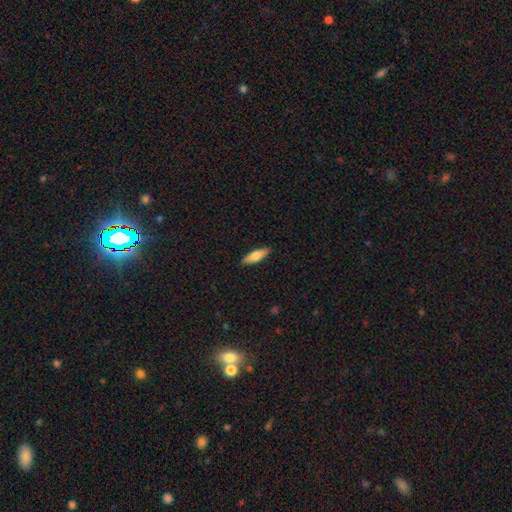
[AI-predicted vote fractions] smooth_or_featured: smooth (p=0.72) [alt: featured or disk p=0.22]
how_rounded: cigar-shaped (p=0.52) [alt: in between p=0.46]
merging: none (p=0.89) [alt: minor disturbance p=0.08]